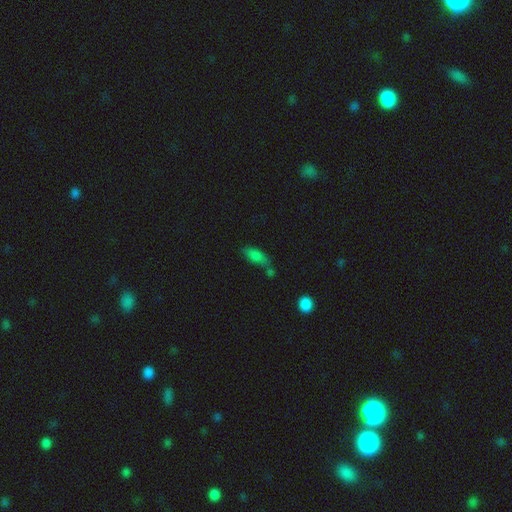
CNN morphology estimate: smooth 78%, star or artifact 12%, featured or disk 10%. Down the decision tree: how rounded — in between (72%); merging — none (52%).